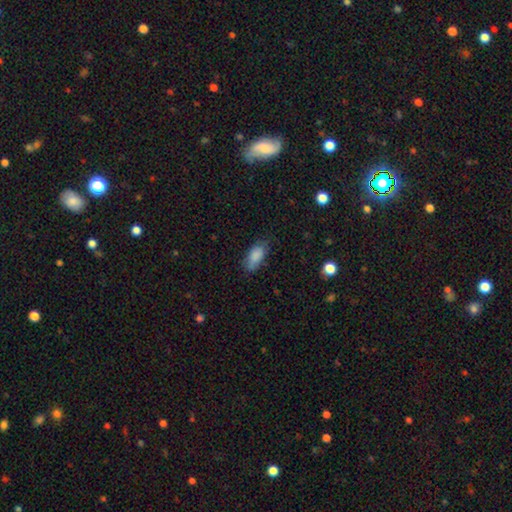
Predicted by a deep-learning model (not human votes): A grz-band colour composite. It shows a smooth galaxy with no disk features (86%) that is in between round and cigar-shaped (89%). Merging: none (68%).